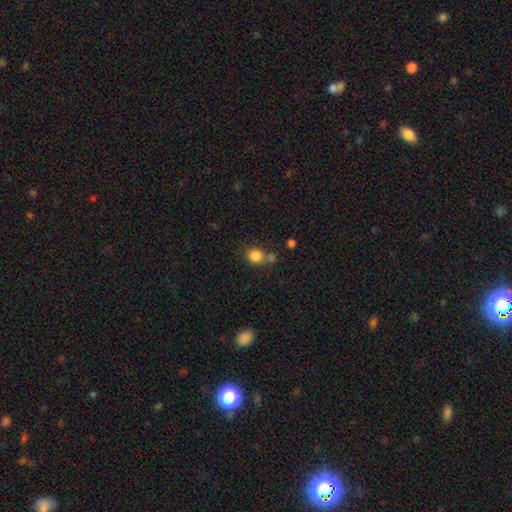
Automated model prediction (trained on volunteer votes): This is clearly a smooth galaxy (84%). How rounded: clearly round (80%). Merging: likely none (61%).